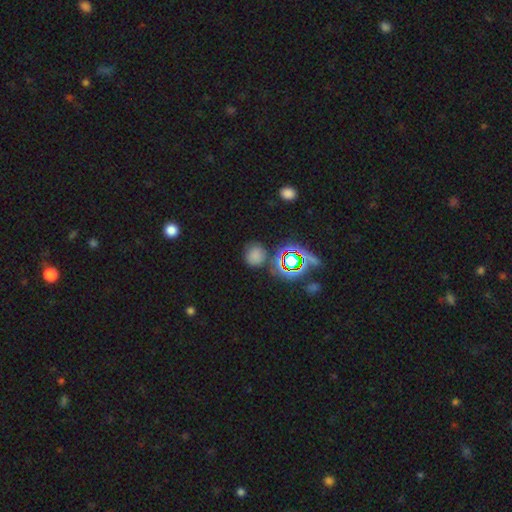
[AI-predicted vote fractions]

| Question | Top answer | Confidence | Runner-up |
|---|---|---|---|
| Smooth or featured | smooth | 64% | star or artifact (28%) |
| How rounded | round | 83% | in between (16%) |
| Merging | none | 76% | minor disturbance (13%) |